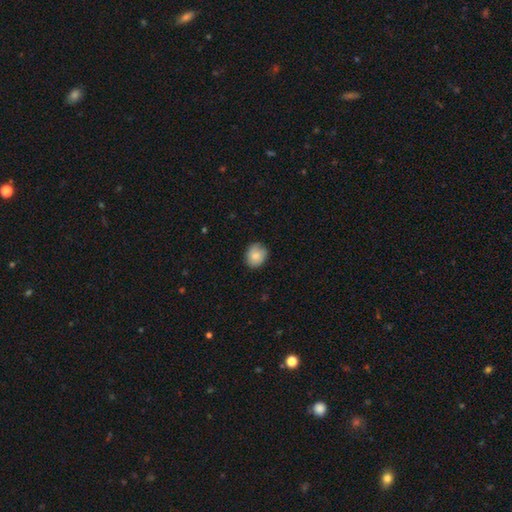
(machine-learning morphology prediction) The model was most divided on "how rounded": round: 68%, in between: 32%, cigar-shaped: 1%. More confident: smooth or featured — smooth (82%); merging — none (79%).